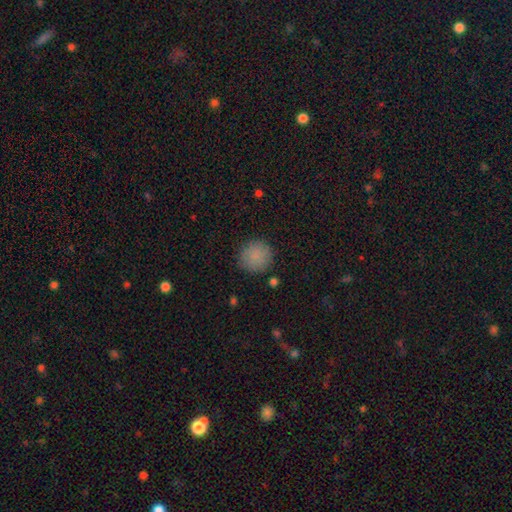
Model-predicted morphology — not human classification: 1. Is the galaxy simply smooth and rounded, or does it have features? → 86% smooth, 9% star or artifact, 5% featured or disk.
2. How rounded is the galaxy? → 92% round, 7% in between, 1% cigar-shaped.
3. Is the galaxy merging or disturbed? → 86% none, 9% minor disturbance, 3% major disturbance, 2% merger.